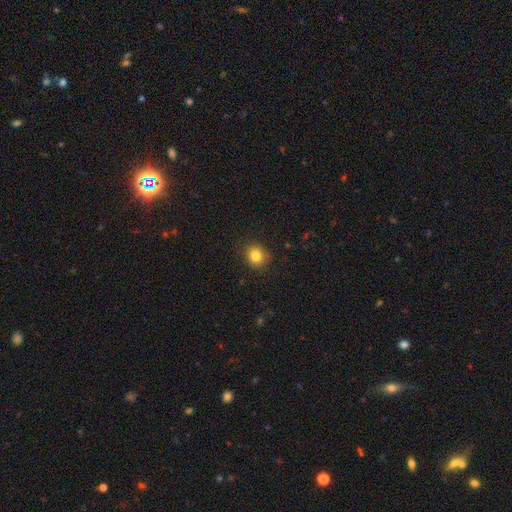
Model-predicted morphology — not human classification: Smooth or featured?
  - smooth: 83% *
  - star or artifact: 11%
  - featured or disk: 6%
How rounded?
  - round: 78% *
  - in between: 21%
  - cigar-shaped: 1%
Merging?
  - none: 87% *
  - minor disturbance: 9%
  - major disturbance: 3%
  - merger: 1%